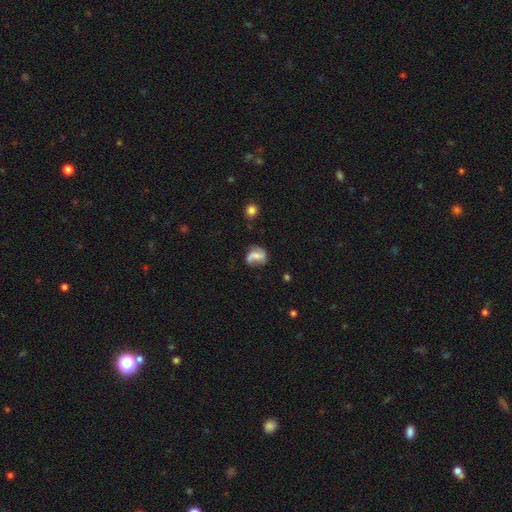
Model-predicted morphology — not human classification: Smooth or featured: featured or disk — 56% (smooth — 35%)
Edge-on disk: no — 97% (yes — 3%)
Bar: weak — 38% (tied with no — 38%)
Spiral arms: yes — 81% (no — 19%)
Bulge size: small — 37% (none — 29%)
Merging: none — 51% (minor disturbance — 25%)